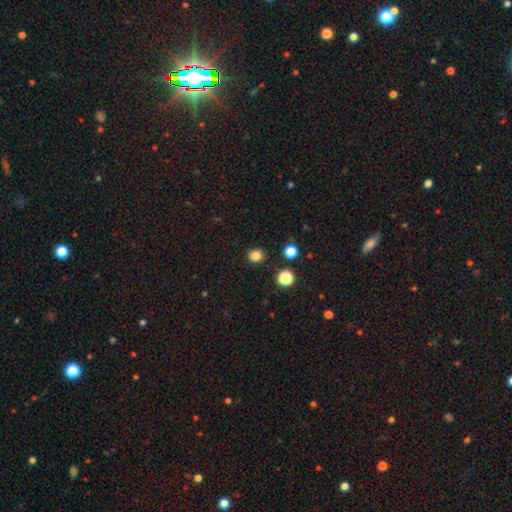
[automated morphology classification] type=smooth (82%); roundness=round (87%); merging=none (90%).